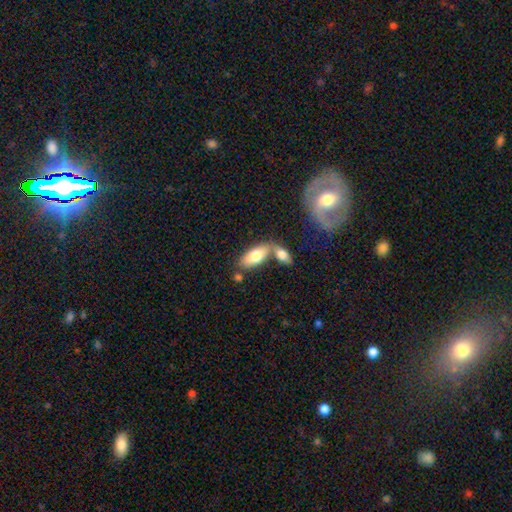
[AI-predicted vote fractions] The model was most divided on "merging": merger: 46%, none: 39%, minor disturbance: 10%, major disturbance: 5%. More confident: how rounded — in between (86%); smooth or featured — smooth (75%).